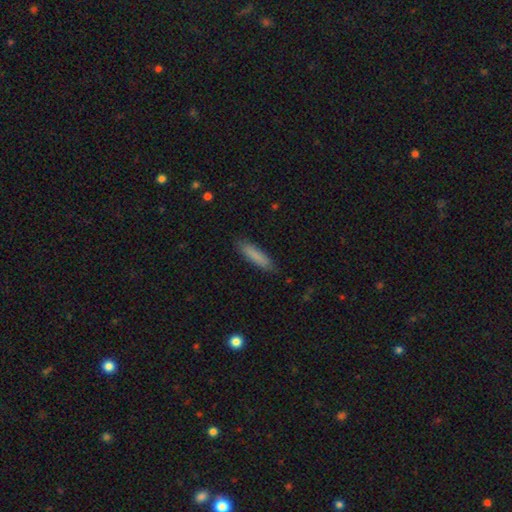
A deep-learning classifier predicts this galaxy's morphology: smooth_or_featured: smooth (p=0.83) [alt: featured or disk p=0.10]
how_rounded: cigar-shaped (p=0.79) [alt: in between p=0.19]
merging: none (p=0.86) [alt: minor disturbance p=0.11]